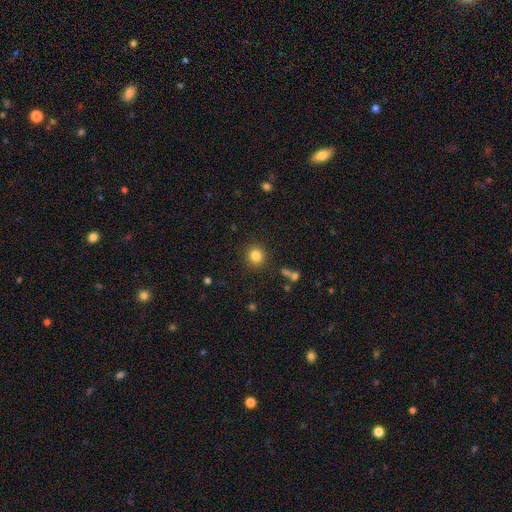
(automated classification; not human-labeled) This appears to be a smooth galaxy with no disk features (84%) that is round (90%). Merging: none (89%).